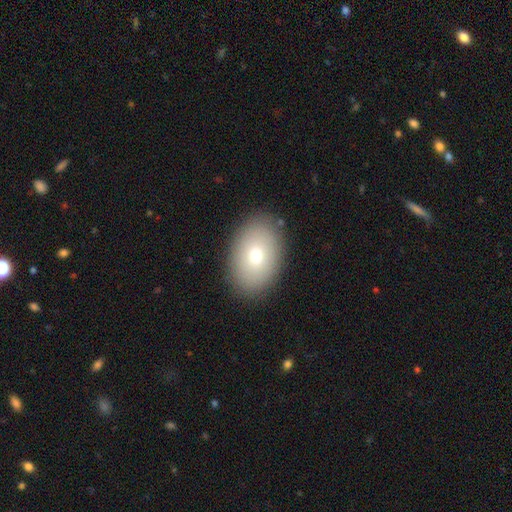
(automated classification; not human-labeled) smooth_or_featured: smooth (p=0.75) [alt: featured or disk p=0.16]
how_rounded: in between (p=0.82) [alt: round p=0.17]
merging: none (p=0.87) [alt: minor disturbance p=0.09]